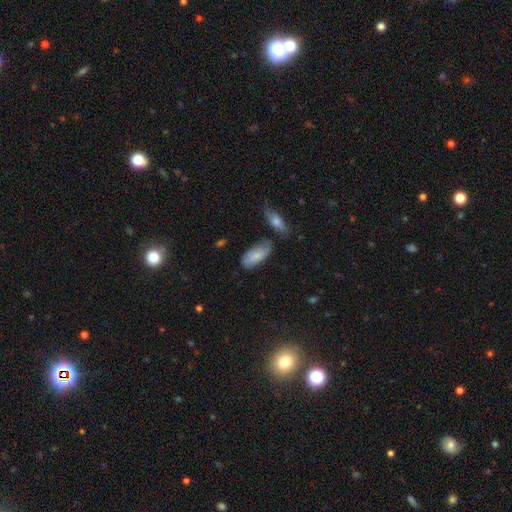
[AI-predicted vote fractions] smooth 77%, featured or disk 16%, star or artifact 6%. Down the decision tree: how rounded — in between (88%); merging — none (63%).